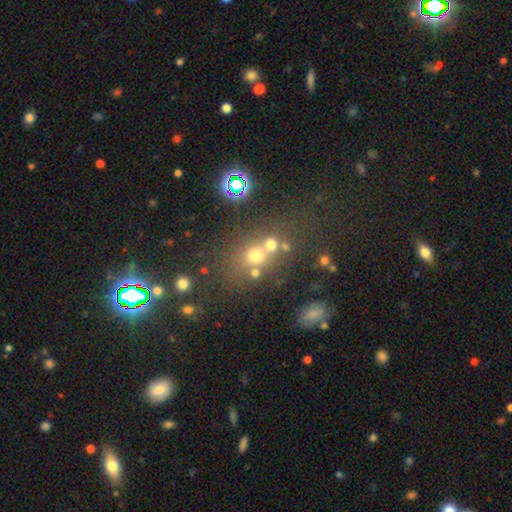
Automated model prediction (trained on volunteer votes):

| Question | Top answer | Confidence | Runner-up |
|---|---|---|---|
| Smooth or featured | smooth | 44% | star or artifact (38%) |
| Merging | none | 45% | merger (39%) |